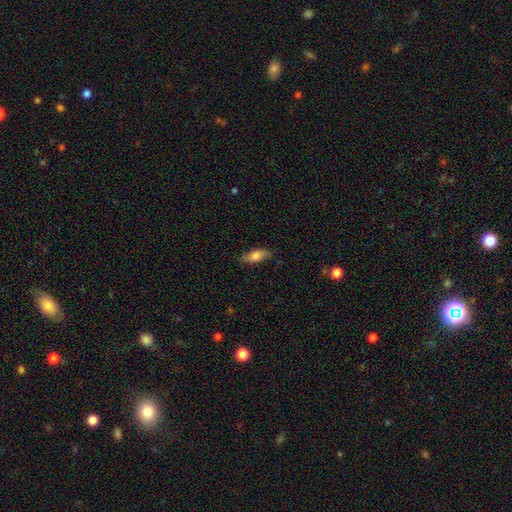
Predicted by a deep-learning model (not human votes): This appears to be a smooth galaxy with no disk features (76%) that is in between round and cigar-shaped (76%). Merging: none (82%).